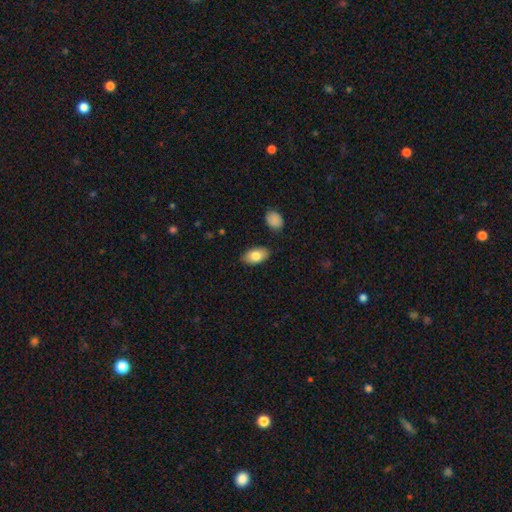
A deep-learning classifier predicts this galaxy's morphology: Overall: smooth (82%). How rounded: in between (94%). Merging: none (85%).